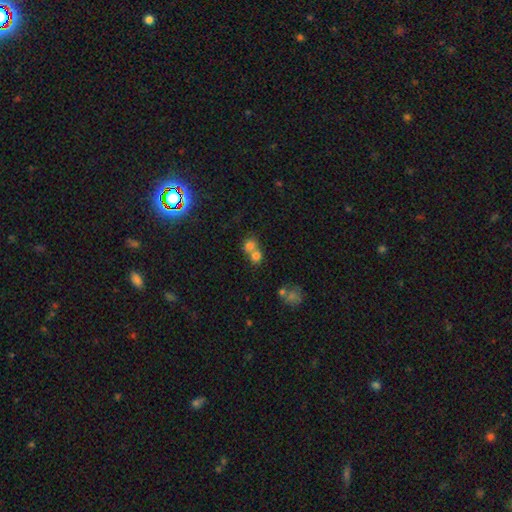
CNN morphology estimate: Smooth or featured?
  - smooth: 74% *
  - star or artifact: 13%
  - featured or disk: 13%
How rounded?
  - round: 76% *
  - in between: 23%
  - cigar-shaped: 1%
Merging?
  - merger: 62% *
  - none: 30%
  - minor disturbance: 5%
  - major disturbance: 3%